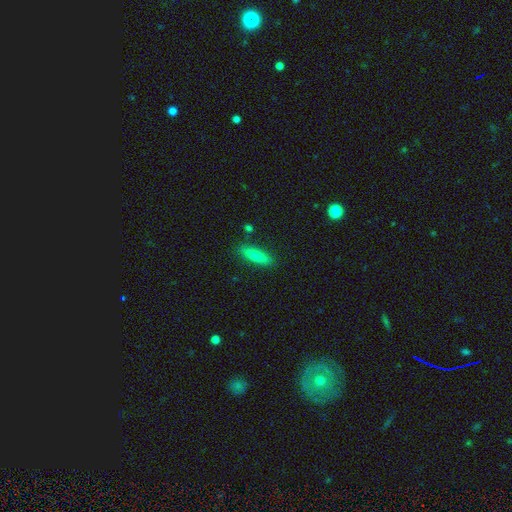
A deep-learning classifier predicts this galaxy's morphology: A smooth galaxy with no disk features (76%) that is cigar-shaped (68%). Merging: none (85%).